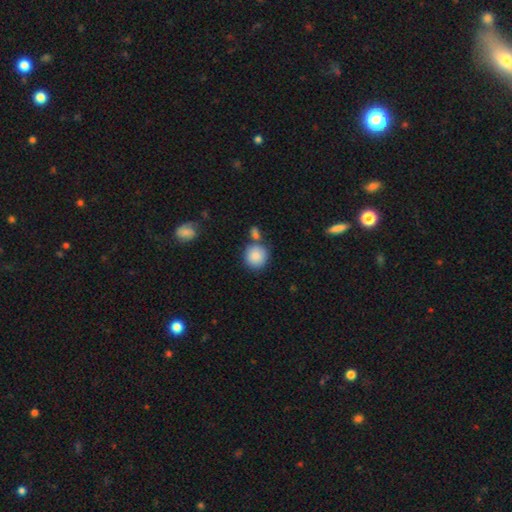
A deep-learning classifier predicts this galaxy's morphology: This is clearly a smooth galaxy (88%). How rounded: clearly round (90%). Merging: likely none (67%).